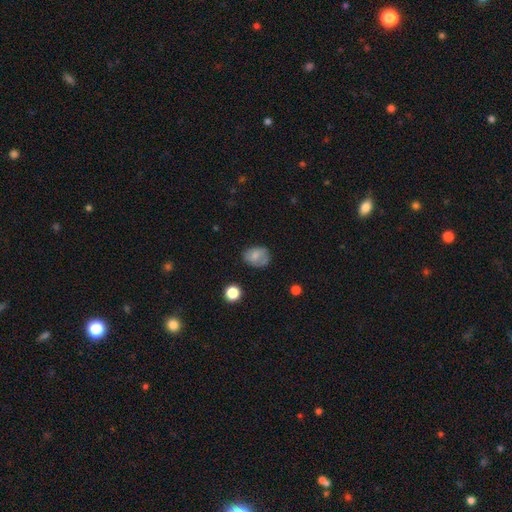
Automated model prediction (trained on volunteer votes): The model was most divided on "how rounded": in between: 62%, round: 36%, cigar-shaped: 1%. More confident: smooth or featured — smooth (74%); merging — none (61%).